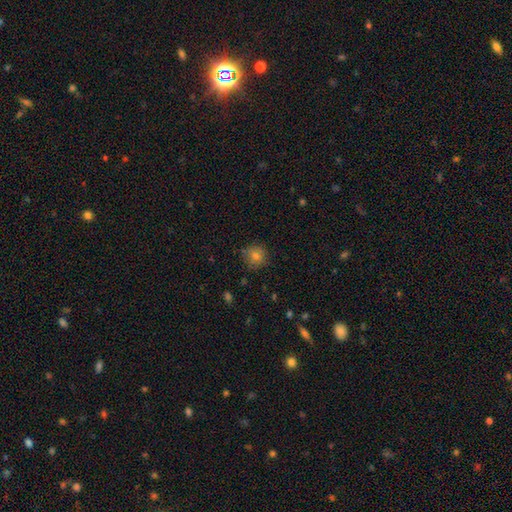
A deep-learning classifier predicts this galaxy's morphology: The model was most divided on "smooth or featured": smooth: 78%, star or artifact: 14%, featured or disk: 9%. More confident: how rounded — round (91%); merging — none (83%).